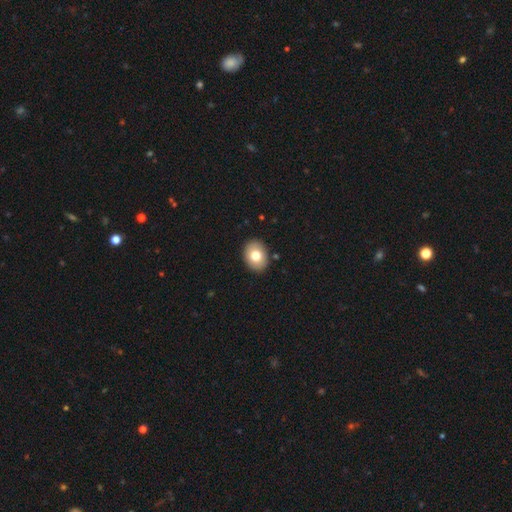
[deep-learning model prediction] A smooth galaxy with no disk features (76%) that is in between round and cigar-shaped (64%). Merging: none (89%).